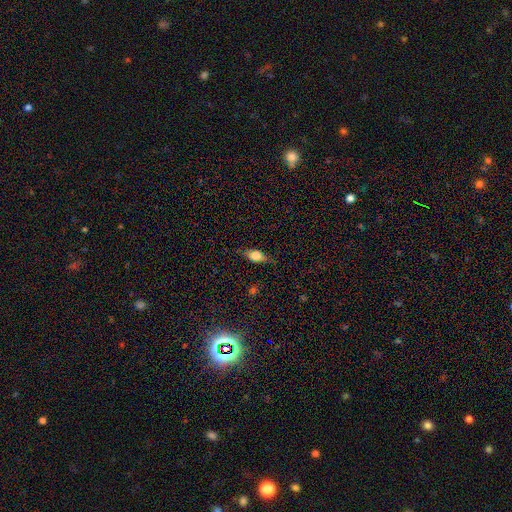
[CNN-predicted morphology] A smooth galaxy with no disk features (65%) that is in between round and cigar-shaped (75%).

Vote fractions:
- Smooth or featured? smooth: 65% / featured or disk: 26% / star or artifact: 10%
- How rounded? in between: 75% / cigar-shaped: 17% / round: 9%
- Merging? none: 76% / minor disturbance: 18% / major disturbance: 5% / merger: 1%